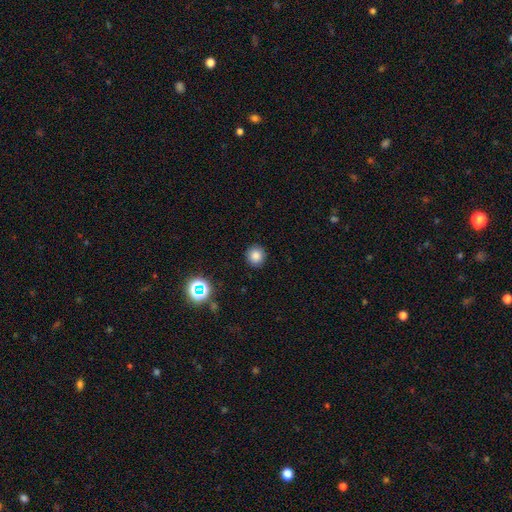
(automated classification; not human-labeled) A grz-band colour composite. It shows a smooth galaxy with no disk features (81%) that is round (92%). Merging: none (91%).